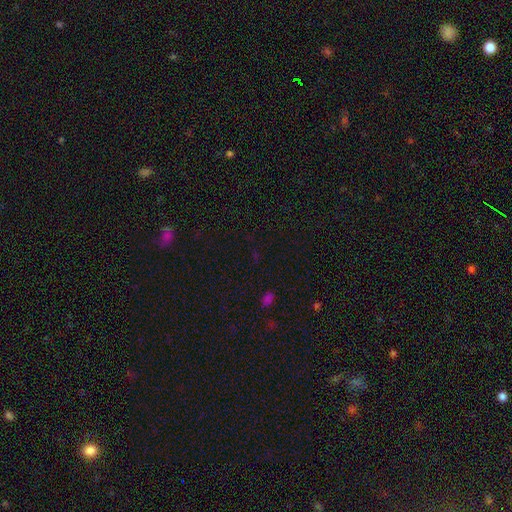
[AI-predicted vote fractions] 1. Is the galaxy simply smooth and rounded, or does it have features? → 67% star or artifact, 26% smooth, 7% featured or disk.